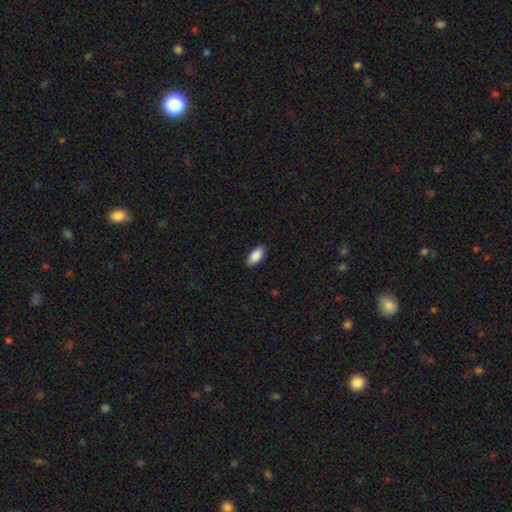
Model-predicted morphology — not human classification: This is clearly a smooth galaxy (90%). How rounded: clearly in between (91%). Merging: clearly none (88%).